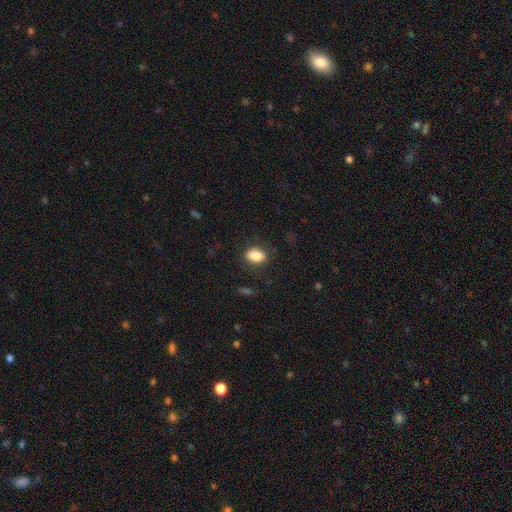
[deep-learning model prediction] Smooth or featured?
  - smooth: 85% *
  - star or artifact: 8%
  - featured or disk: 7%
How rounded?
  - in between: 80% *
  - round: 18%
  - cigar-shaped: 2%
Merging?
  - none: 83% *
  - minor disturbance: 12%
  - major disturbance: 4%
  - merger: 1%